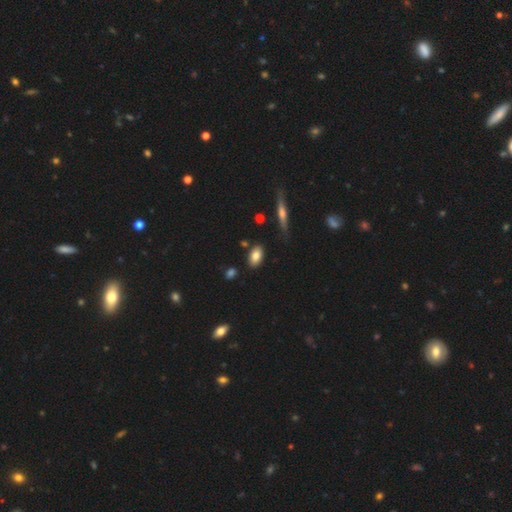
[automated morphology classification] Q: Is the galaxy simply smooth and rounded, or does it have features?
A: smooth — 84%.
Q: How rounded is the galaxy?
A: in between — 90%.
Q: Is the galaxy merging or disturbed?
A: none — 85%.